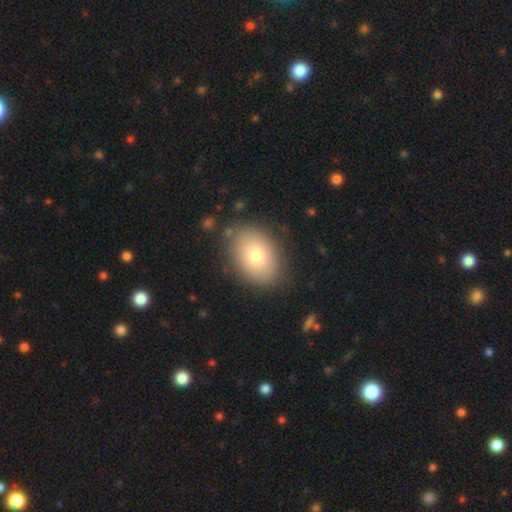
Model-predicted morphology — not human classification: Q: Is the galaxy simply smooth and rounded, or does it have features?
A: smooth — 78%.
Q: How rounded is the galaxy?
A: in between — 80%.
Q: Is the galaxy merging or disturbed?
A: none — 84%.